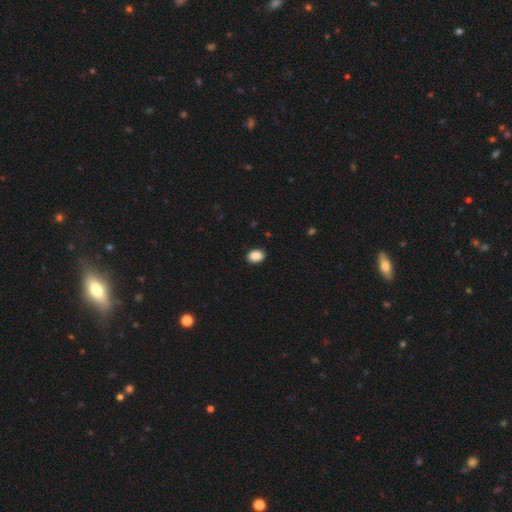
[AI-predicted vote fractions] smooth 90%, star or artifact 8%, featured or disk 3%. Down the decision tree: how rounded — in between (76%); merging — none (90%).